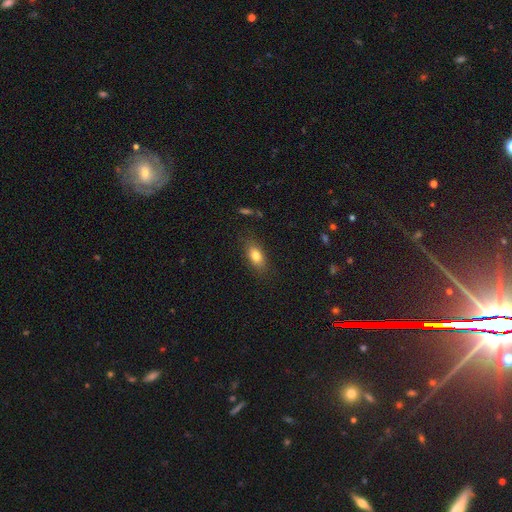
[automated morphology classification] Smooth or featured: smooth — 80% (featured or disk — 11%)
How rounded: in between — 83% (cigar-shaped — 10%)
Merging: none — 83% (minor disturbance — 13%)